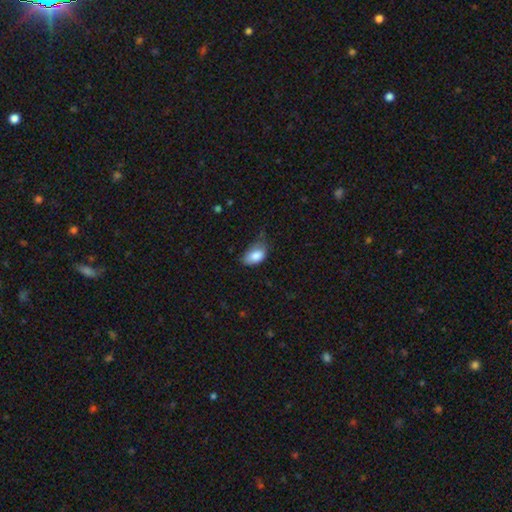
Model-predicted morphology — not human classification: type=smooth (84%); roundness=in between (91%); merging=minor disturbance (42%, tied with none).